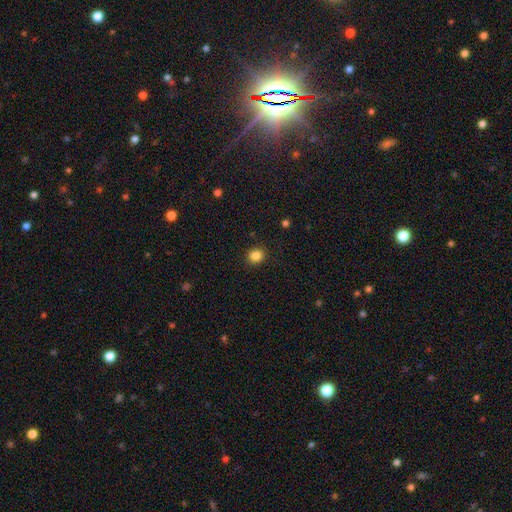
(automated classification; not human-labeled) smooth_or_featured: smooth (p=0.85) [alt: star or artifact p=0.11]
how_rounded: round (p=0.81) [alt: in between p=0.19]
merging: none (p=0.90) [alt: minor disturbance p=0.07]